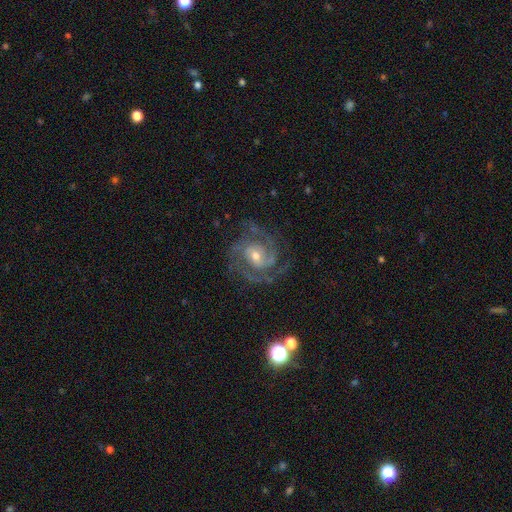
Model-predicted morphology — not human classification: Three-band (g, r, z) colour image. It shows a featured or disk galaxy (91%) with no bar (48%), 3 (38%) tight (56%) spiral arms (98%) and a small central bulge (51%). Merging: none (76%).